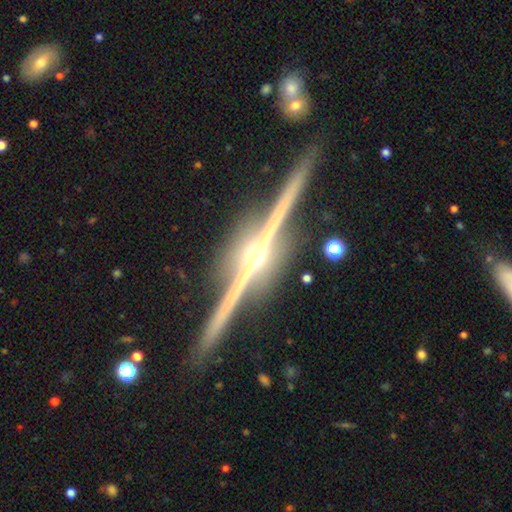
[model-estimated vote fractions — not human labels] Smooth or featured? featured or disk (92%)
Edge-on disk? yes (99%)
Edge-on bulge? rounded (90%)
Merging? none (90%)